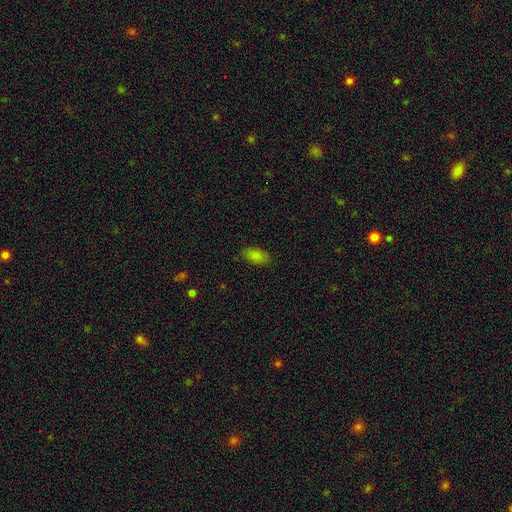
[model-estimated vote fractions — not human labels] This appears to be a smooth galaxy with no disk features (85%) that is in between round and cigar-shaped (93%). Merging: none (84%).